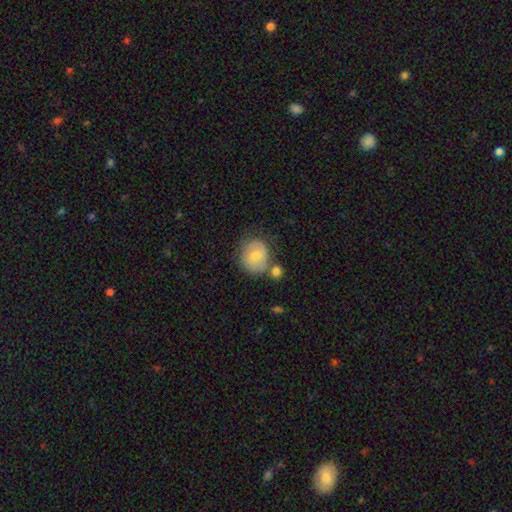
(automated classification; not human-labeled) This appears to be a smooth galaxy with no disk features (71%) that is round (73%). Merging: none (55%).